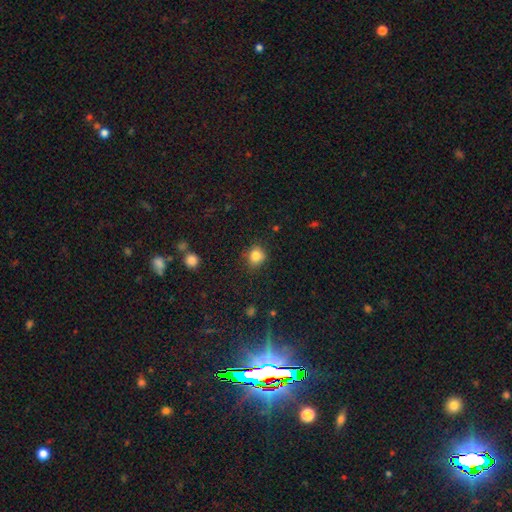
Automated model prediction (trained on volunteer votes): smooth_or_featured: smooth (p=0.83) [alt: star or artifact p=0.11]
how_rounded: round (p=0.79) [alt: in between p=0.21]
merging: none (p=0.80) [alt: minor disturbance p=0.15]